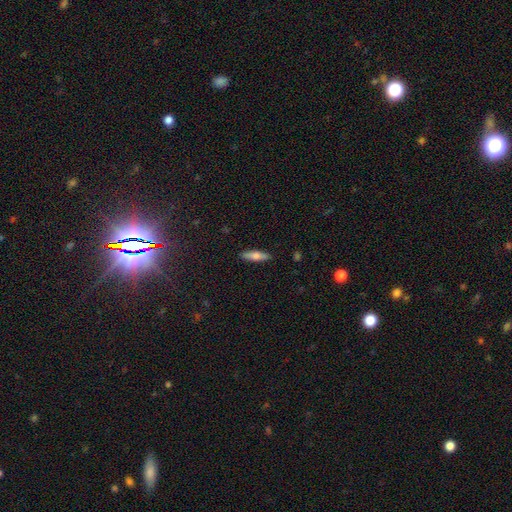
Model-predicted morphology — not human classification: Smooth or featured? Predicted: smooth (p=0.61). How rounded? Predicted: cigar-shaped (p=0.69). Merging? Predicted: none (p=0.90).